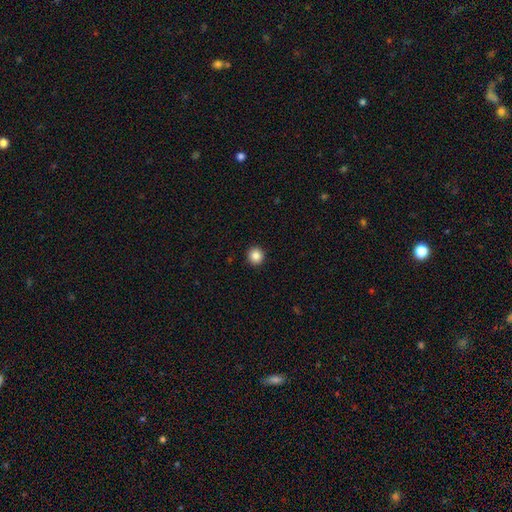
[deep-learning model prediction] Smooth or featured?
  - smooth: 87% *
  - star or artifact: 10%
  - featured or disk: 3%
How rounded?
  - round: 93% *
  - in between: 6%
  - cigar-shaped: 1%
Merging?
  - none: 93% *
  - minor disturbance: 5%
  - major disturbance: 2%
  - merger: 1%